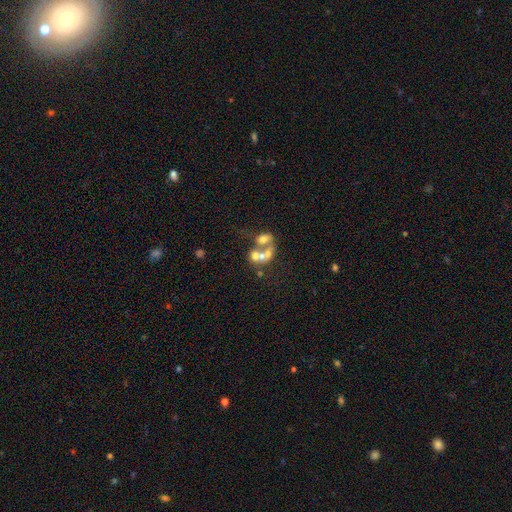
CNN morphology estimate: Smooth or featured?
  - smooth: 47% *
  - featured or disk: 39%
  - star or artifact: 15%
Merging?
  - merger: 63% *
  - none: 20%
  - major disturbance: 10%
  - minor disturbance: 7%